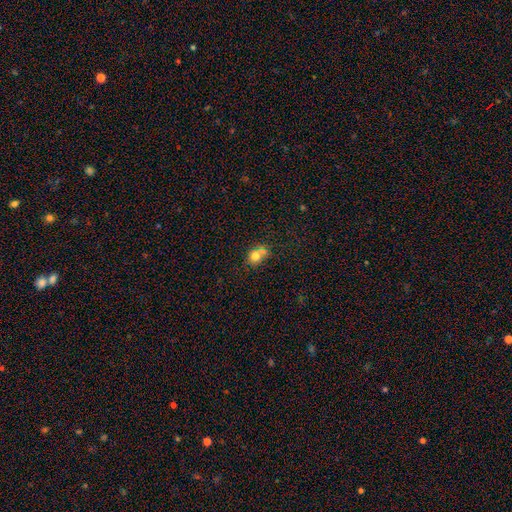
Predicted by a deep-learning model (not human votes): Smooth or featured: smooth — 75% (featured or disk — 13%)
How rounded: round — 74% (in between — 25%)
Merging: merger — 43% (none — 42%)